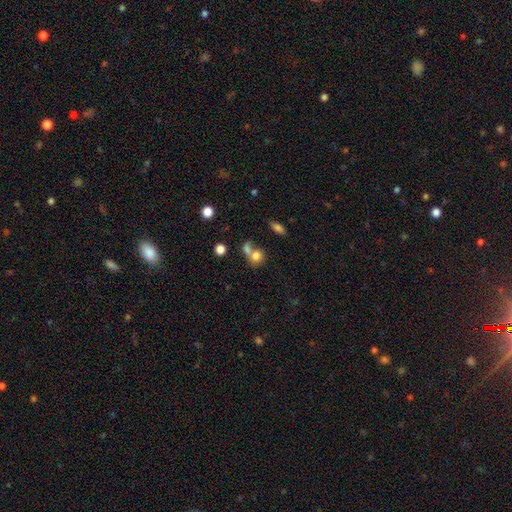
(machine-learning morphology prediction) This appears to be a smooth galaxy with no disk features (77%) that is round (68%). Merging: merger (53%).